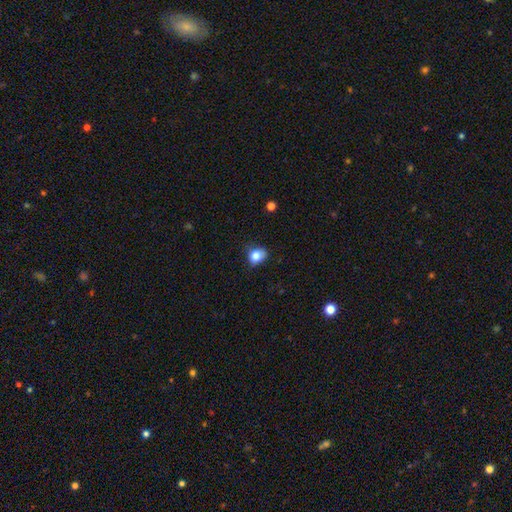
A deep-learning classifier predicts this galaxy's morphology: type=smooth (80%); roundness=in between (50%); merging=none (55%).